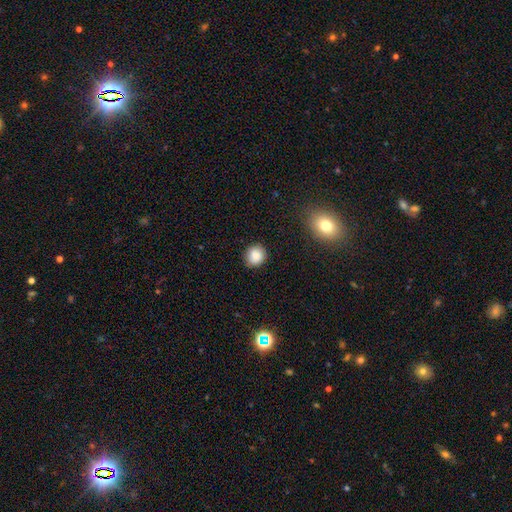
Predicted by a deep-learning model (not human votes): A smooth galaxy with no disk features (86%) that is round (84%). Merging: none (88%).